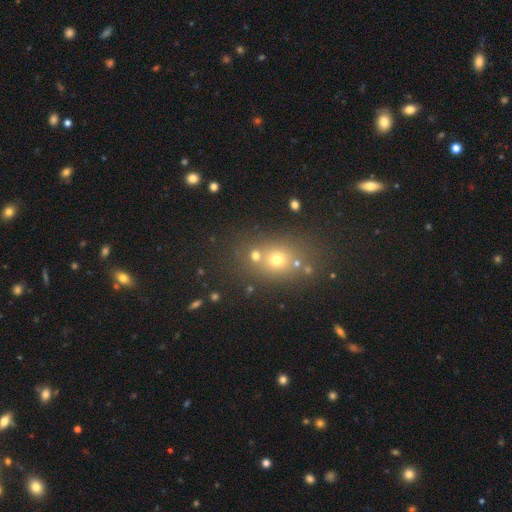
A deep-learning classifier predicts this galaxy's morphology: Smooth or featured?
  - smooth: 63% *
  - star or artifact: 23%
  - featured or disk: 14%
How rounded?
  - round: 65% *
  - in between: 33%
  - cigar-shaped: 2%
Merging?
  - none: 62% *
  - merger: 23%
  - minor disturbance: 10%
  - major disturbance: 5%